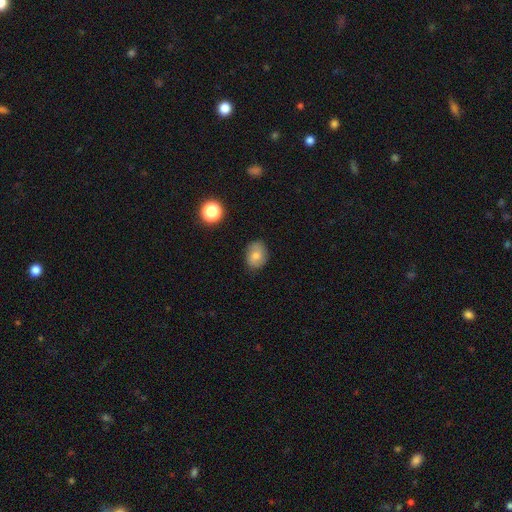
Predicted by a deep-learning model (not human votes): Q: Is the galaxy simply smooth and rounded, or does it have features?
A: smooth — 71%.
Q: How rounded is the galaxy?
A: in between — 57%.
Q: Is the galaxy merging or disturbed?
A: none — 78%.